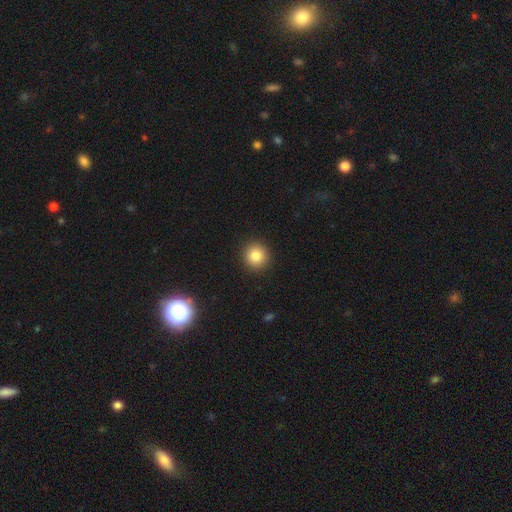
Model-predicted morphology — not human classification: smooth 85%, star or artifact 10%, featured or disk 5%. Down the decision tree: how rounded — round (92%); merging — none (92%).